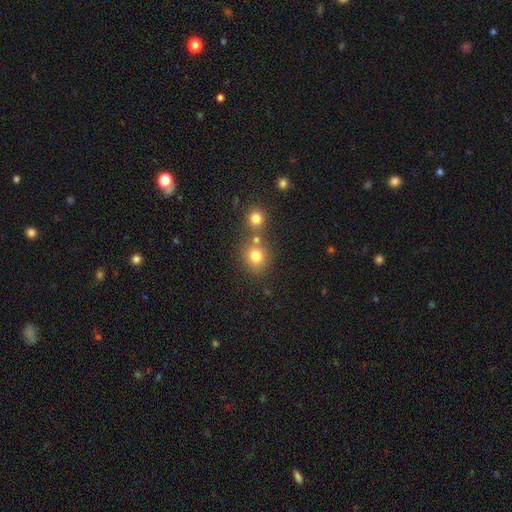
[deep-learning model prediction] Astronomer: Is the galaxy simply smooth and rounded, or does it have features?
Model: smooth — 78%.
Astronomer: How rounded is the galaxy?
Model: round — 82%.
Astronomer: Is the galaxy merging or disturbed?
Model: none — 60%.